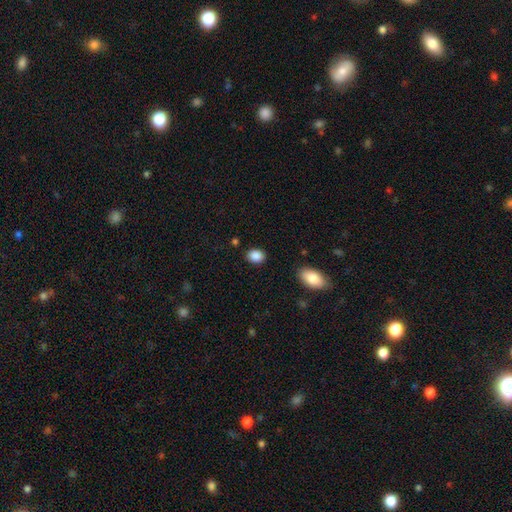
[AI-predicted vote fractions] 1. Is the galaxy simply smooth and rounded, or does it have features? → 88% smooth, 8% star or artifact, 3% featured or disk.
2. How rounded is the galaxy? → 60% in between, 39% round, 1% cigar-shaped.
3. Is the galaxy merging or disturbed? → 86% none, 9% minor disturbance, 3% major disturbance, 2% merger.